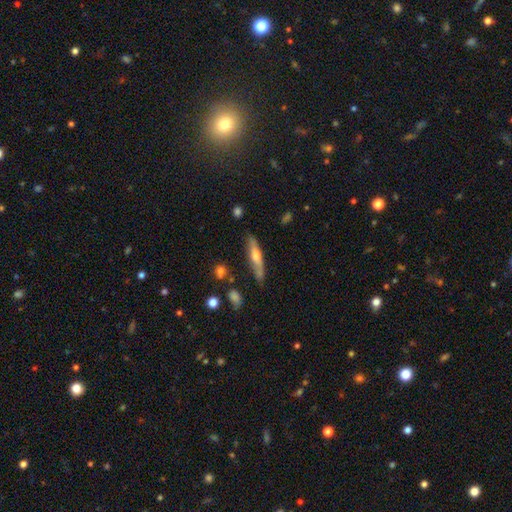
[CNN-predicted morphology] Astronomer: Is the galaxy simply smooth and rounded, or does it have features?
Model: smooth — 48% (runner-up: featured or disk, 45%).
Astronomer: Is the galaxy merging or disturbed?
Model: none — 76%.